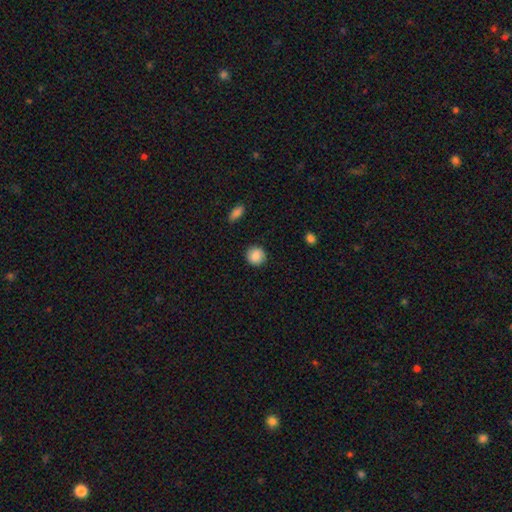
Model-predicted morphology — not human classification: Overall: smooth (88%). How rounded: round (91%). Merging: none (88%).